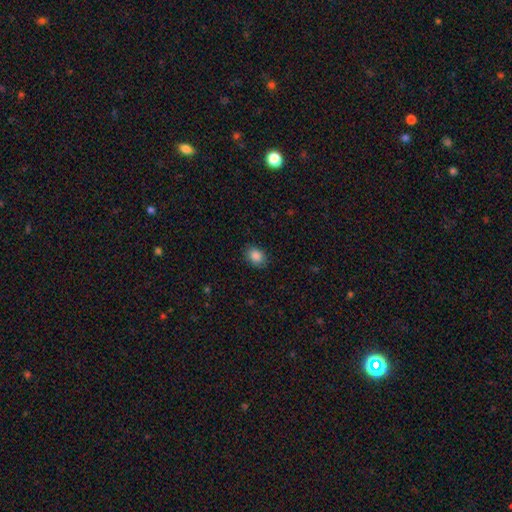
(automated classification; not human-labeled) Morphology: type=smooth (87%); roundness=in between (63%); merging=none (86%).